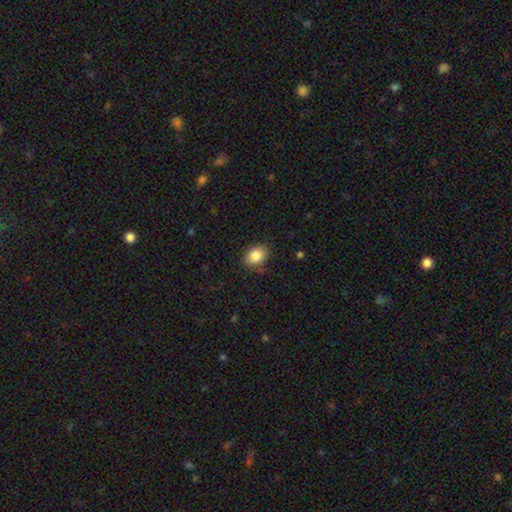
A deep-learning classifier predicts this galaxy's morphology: smooth_or_featured: smooth (p=0.86) [alt: star or artifact p=0.08]
how_rounded: in between (p=0.69) [alt: round p=0.30]
merging: none (p=0.84) [alt: minor disturbance p=0.12]